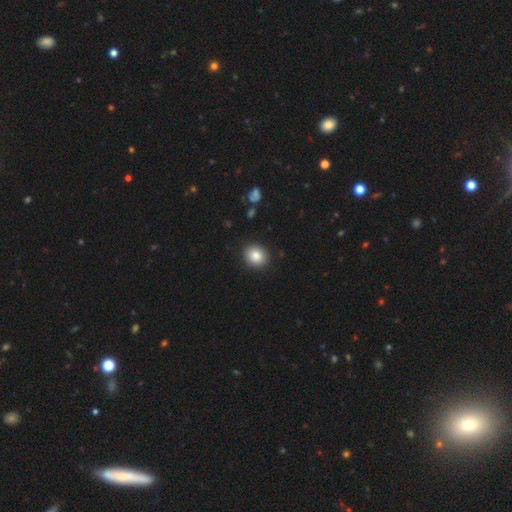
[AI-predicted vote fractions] smooth 86%, star or artifact 8%, featured or disk 6%. Down the decision tree: how rounded — round (66%); merging — none (89%).